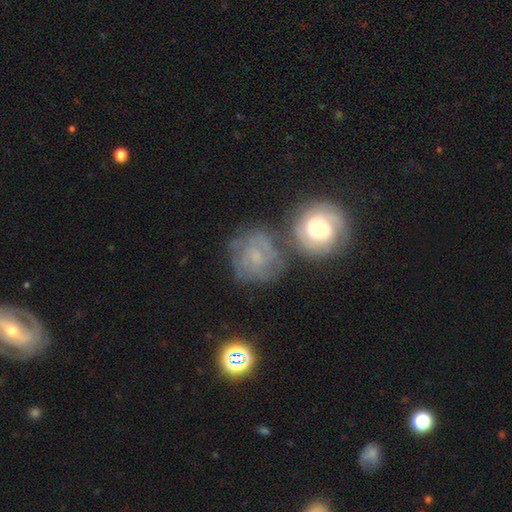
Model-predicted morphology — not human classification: The model was most divided on "bulge size": small: 52%, moderate: 30%, none: 13%, large: 3%, dominant: 2%. More confident: edge-on disk — no (97%); spiral arms — yes (82%); bar — no (67%); smooth or featured — featured or disk (59%); merging — none (58%).